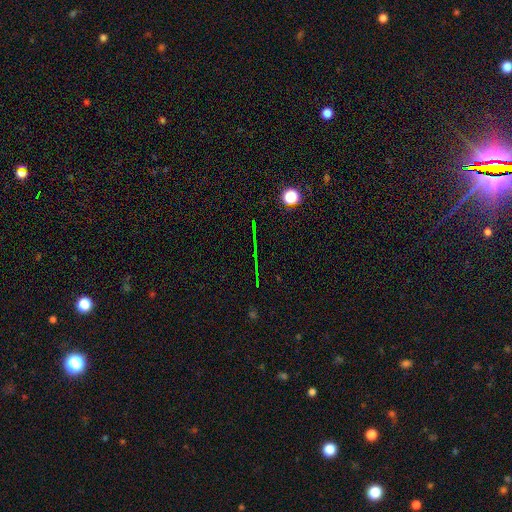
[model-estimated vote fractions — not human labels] Morphology: type=star or artifact (74%).